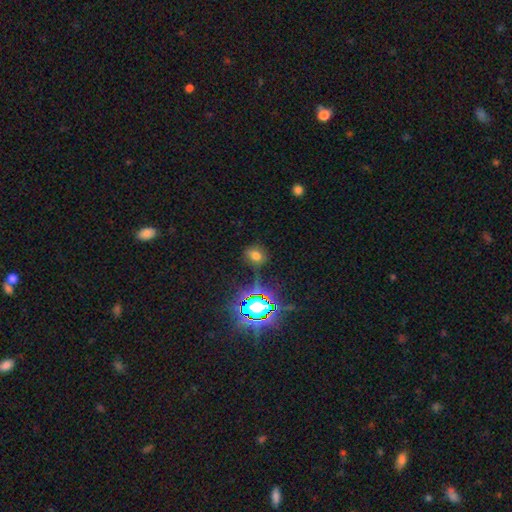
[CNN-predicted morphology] smooth-or-featured: smooth: 59% | star or artifact: 31% | featured or disk: 10%
  how-rounded: in between: 51% | round: 47% | cigar-shaped: 2%
  merging: none: 71% | minor disturbance: 17% | major disturbance: 7% | merger: 5%